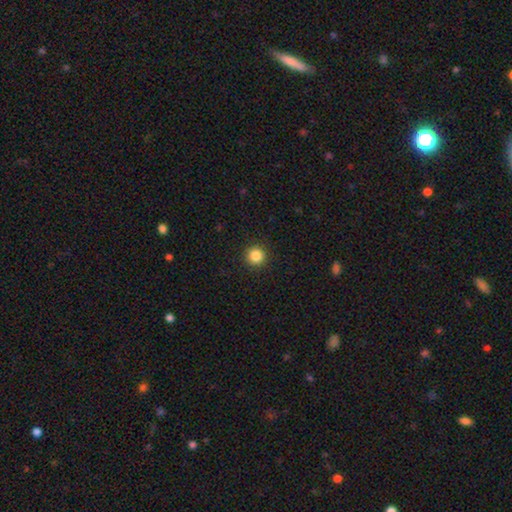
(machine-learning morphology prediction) type=smooth (85%); roundness=round (96%); merging=none (93%).